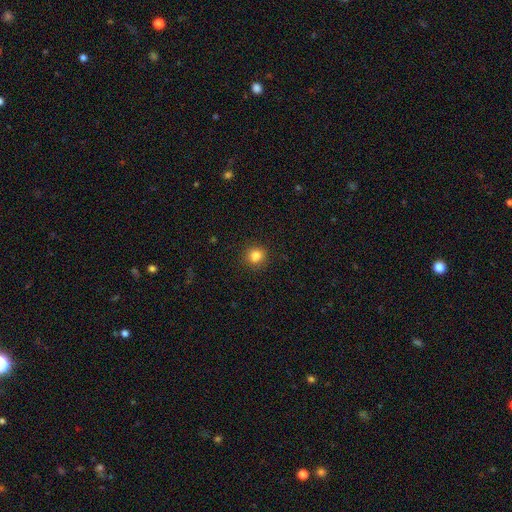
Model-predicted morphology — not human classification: This appears to be a smooth galaxy with no disk features (84%) that is round (85%). Merging: none (87%).